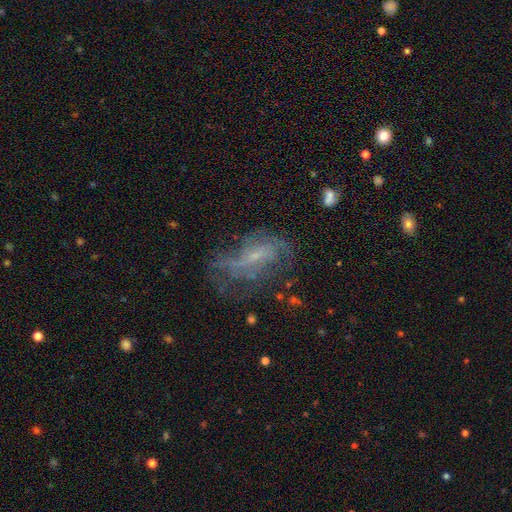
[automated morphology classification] featured or disk 67%, smooth 20%, star or artifact 12%. Down the decision tree: edge-on disk — no (92%); bar — no (45%); spiral arms — yes (67%); bulge size — small (64%); merging — none (47%).